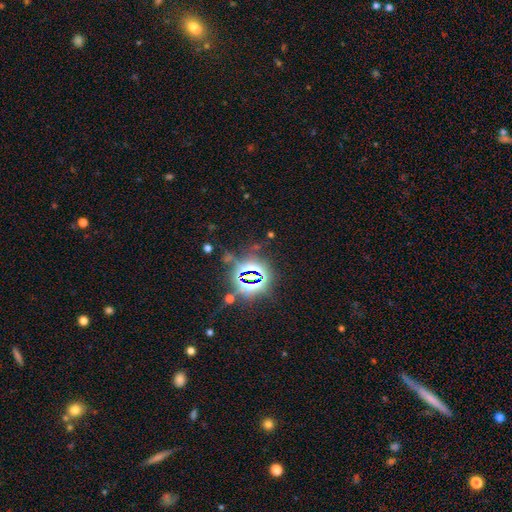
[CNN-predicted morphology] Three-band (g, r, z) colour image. It shows a star or artifact, not a galaxy (81%).